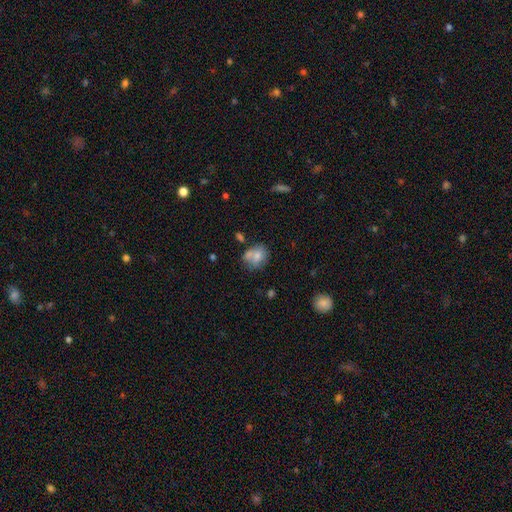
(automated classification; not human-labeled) Smooth or featured: smooth — 72% (featured or disk — 19%)
How rounded: round — 54% (in between — 45%)
Merging: none — 46% (merger — 26%)